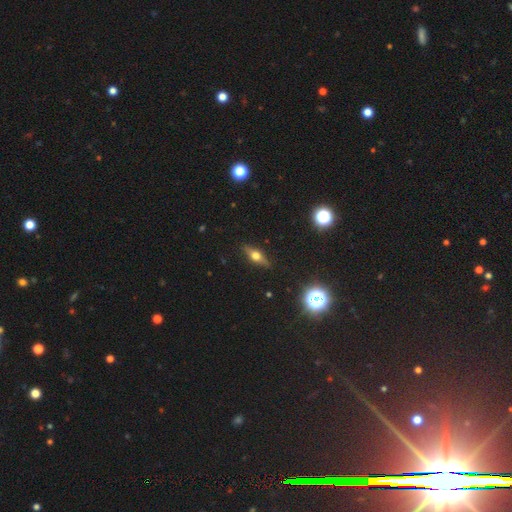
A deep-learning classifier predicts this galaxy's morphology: smooth_or_featured: featured or disk (p=0.59) [alt: smooth p=0.30]
disk_edge_on: yes (p=0.93) [alt: no p=0.07]
edge_on_bulge: rounded (p=0.95) [alt: boxy p=0.04]
merging: none (p=0.88) [alt: minor disturbance p=0.09]